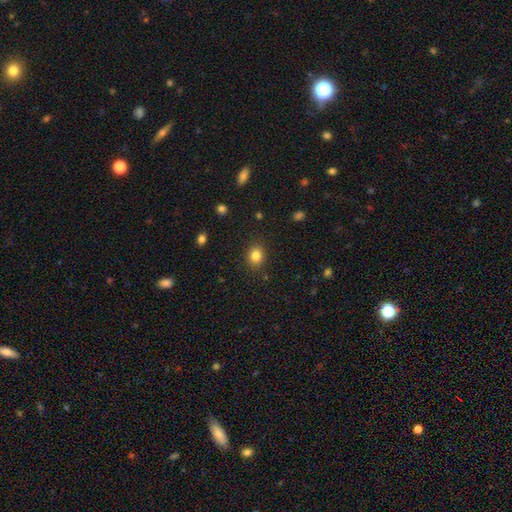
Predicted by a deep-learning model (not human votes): A smooth galaxy with no disk features (83%) that is round (68%). Merging: none (88%).